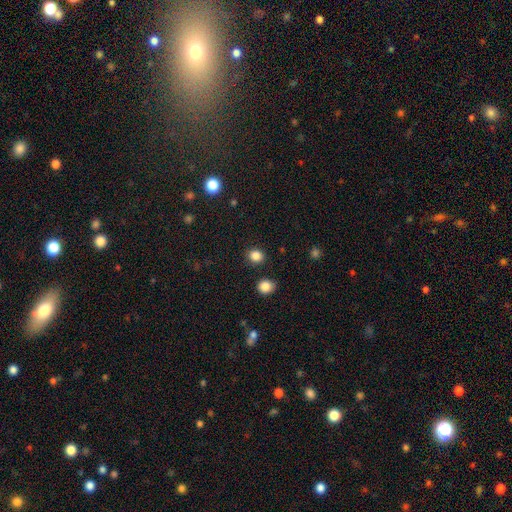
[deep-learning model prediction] Smooth or featured: smooth — 85% (star or artifact — 11%)
How rounded: round — 73% (in between — 26%)
Merging: none — 88% (minor disturbance — 7%)